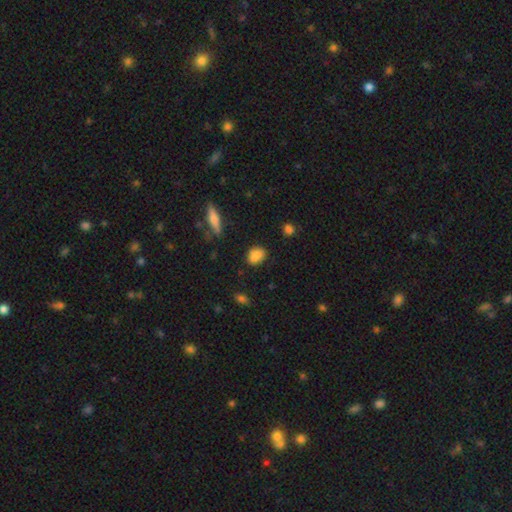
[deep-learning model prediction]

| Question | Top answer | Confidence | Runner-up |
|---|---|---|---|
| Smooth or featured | smooth | 74% | featured or disk (14%) |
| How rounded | in between | 55% | round (43%) |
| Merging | none | 54% | merger (21%) |